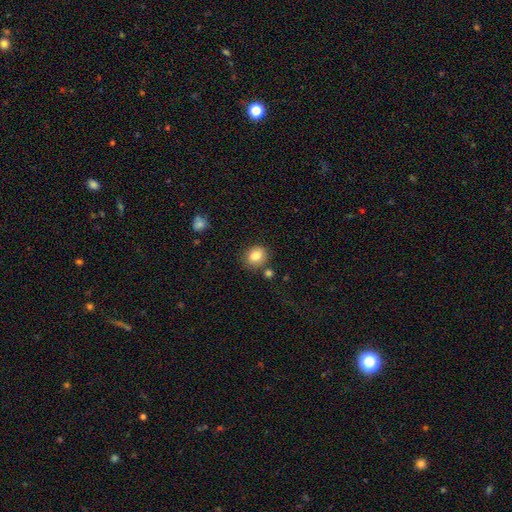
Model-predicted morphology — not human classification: A smooth galaxy with no disk features (84%) that is round (56%). Merging: none (78%).